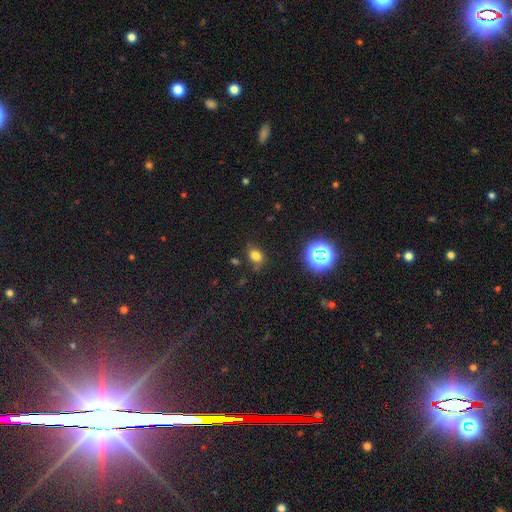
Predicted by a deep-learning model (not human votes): smooth 73%, star or artifact 19%, featured or disk 8%. Down the decision tree: how rounded — in between (63%); merging — none (73%).